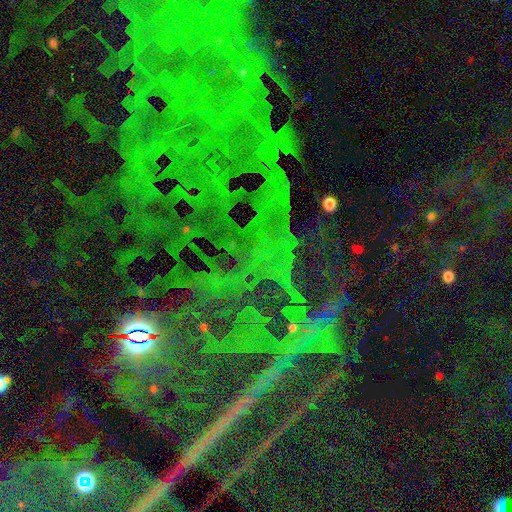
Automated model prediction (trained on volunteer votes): Smooth or featured?
  - star or artifact: 84% *
  - featured or disk: 9%
  - smooth: 7%